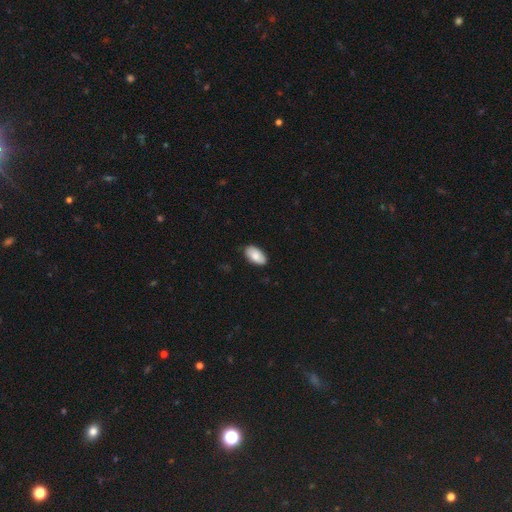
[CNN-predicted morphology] Overall: smooth (83%). How rounded: in between (95%). Merging: none (85%).